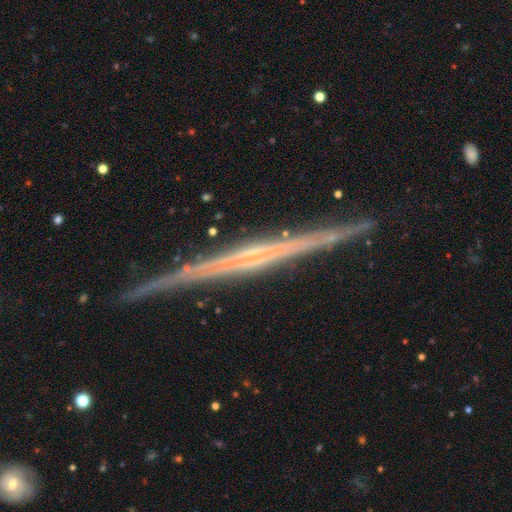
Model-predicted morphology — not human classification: smooth_or_featured: featured or disk (p=0.84) [alt: smooth p=0.10]
disk_edge_on: yes (p=0.98) [alt: no p=0.02]
edge_on_bulge: none (p=0.57) [alt: rounded p=0.28]
merging: none (p=0.89) [alt: minor disturbance p=0.08]